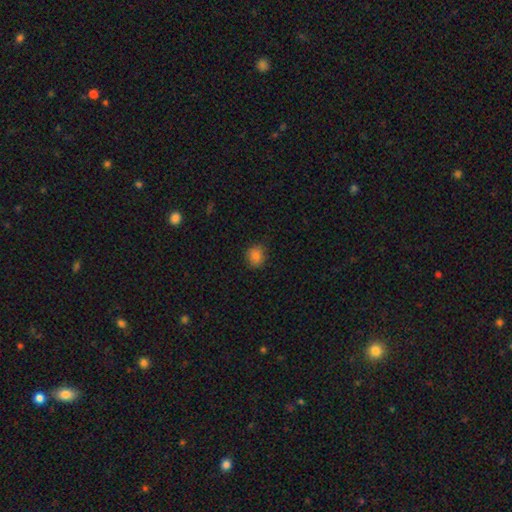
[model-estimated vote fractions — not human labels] smooth_or_featured: smooth (p=0.84) [alt: star or artifact p=0.11]
how_rounded: round (p=0.75) [alt: in between p=0.24]
merging: none (p=0.82) [alt: minor disturbance p=0.14]